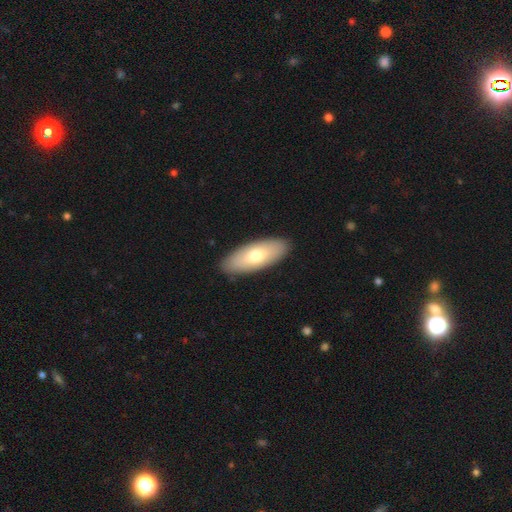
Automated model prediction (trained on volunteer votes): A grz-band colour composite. It shows a smooth galaxy with no disk features (69%) that is in between round and cigar-shaped (80%). Merging: none (89%).